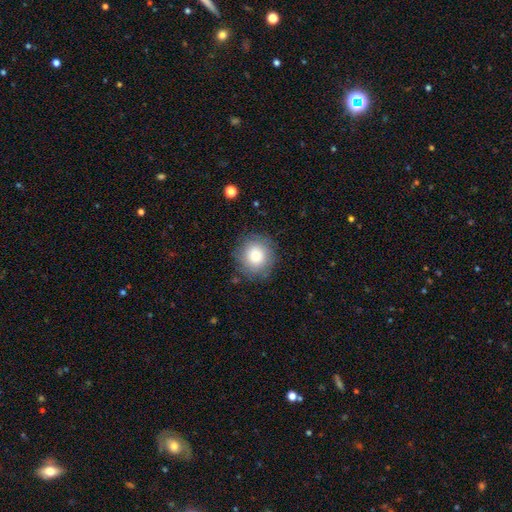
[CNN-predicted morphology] smooth-or-featured: smooth: 80% | featured or disk: 11% | star or artifact: 9%
  how-rounded: round: 90% | in between: 9% | cigar-shaped: 1%
  merging: none: 83% | minor disturbance: 12% | major disturbance: 4% | merger: 1%